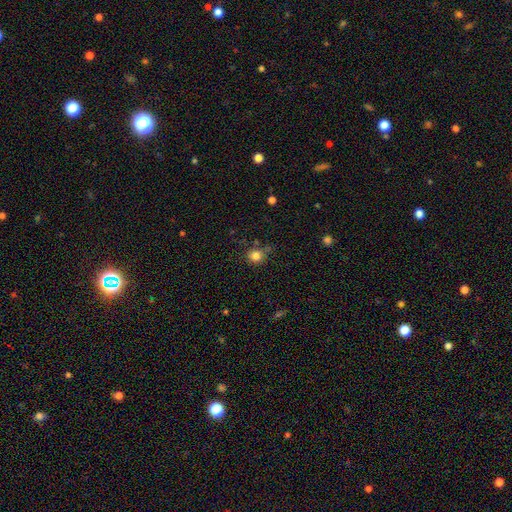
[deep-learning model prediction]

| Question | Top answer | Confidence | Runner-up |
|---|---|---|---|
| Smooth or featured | smooth | 82% | star or artifact (12%) |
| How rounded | round | 88% | in between (11%) |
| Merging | none | 71% | minor disturbance (17%) |